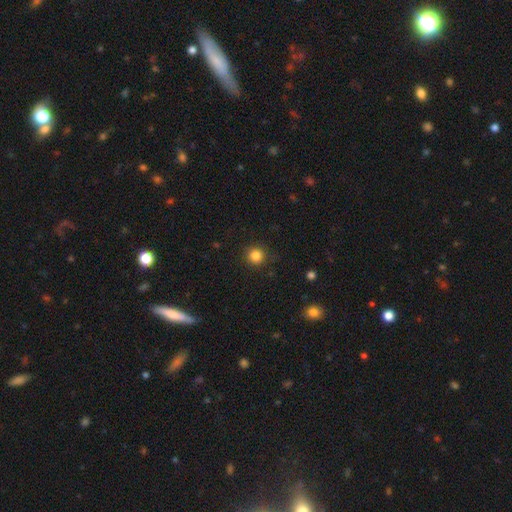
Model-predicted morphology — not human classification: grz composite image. It shows a smooth galaxy with no disk features (84%) that is round (94%). Merging: none (89%).